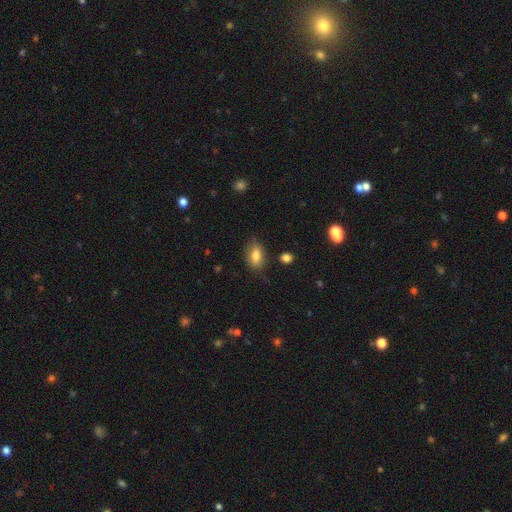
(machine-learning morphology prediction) Smooth or featured: smooth — 80% (featured or disk — 12%)
How rounded: in between — 87% (round — 9%)
Merging: none — 77% (minor disturbance — 17%)